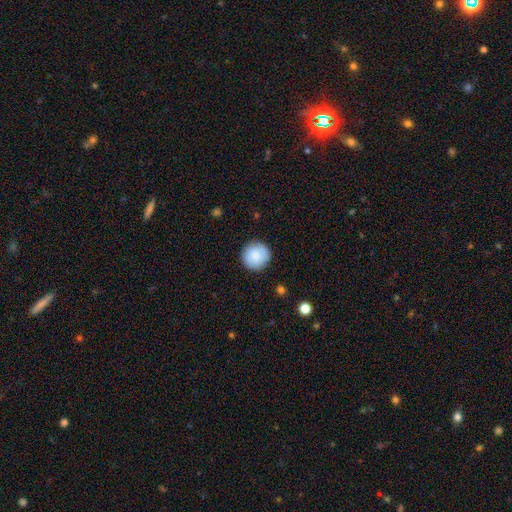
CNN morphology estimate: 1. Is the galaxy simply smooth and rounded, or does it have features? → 87% smooth, 7% star or artifact, 6% featured or disk.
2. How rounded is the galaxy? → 95% round, 4% in between, 1% cigar-shaped.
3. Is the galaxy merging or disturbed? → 91% none, 7% minor disturbance, 2% major disturbance, 1% merger.